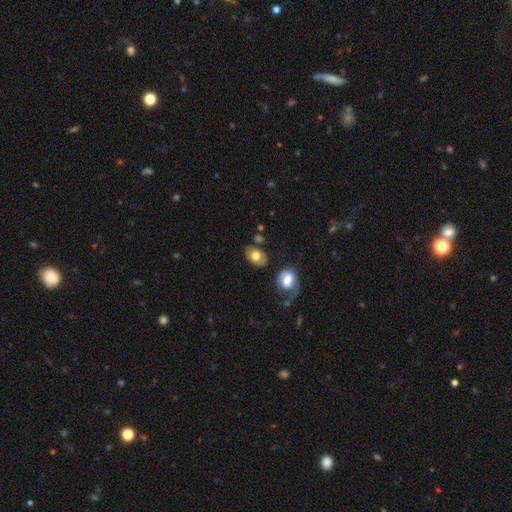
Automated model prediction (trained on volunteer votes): A smooth galaxy with no disk features (69%) that is in between round and cigar-shaped (81%). Merging: none (69%).